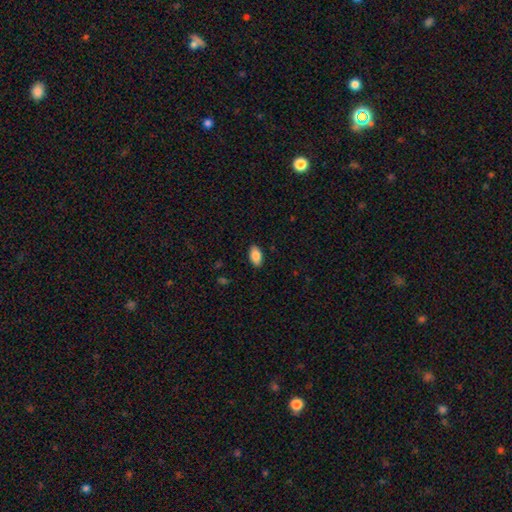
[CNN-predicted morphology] A smooth galaxy with no disk features (86%) that is in between round and cigar-shaped (94%). Merging: none (88%).